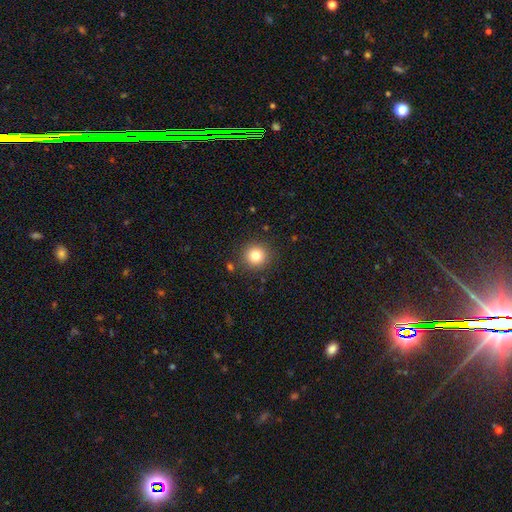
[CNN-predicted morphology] smooth 82%, star or artifact 12%, featured or disk 7%. Down the decision tree: how rounded — round (94%); merging — none (88%).